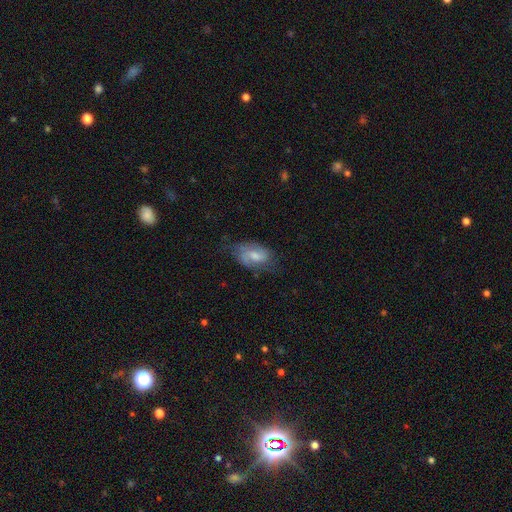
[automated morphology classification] A featured or disk galaxy (46%).

Vote fractions:
- Smooth or featured? featured or disk: 46% / smooth: 45% / star or artifact: 9%
- Merging? none: 58% / minor disturbance: 29% / major disturbance: 11% / merger: 2%